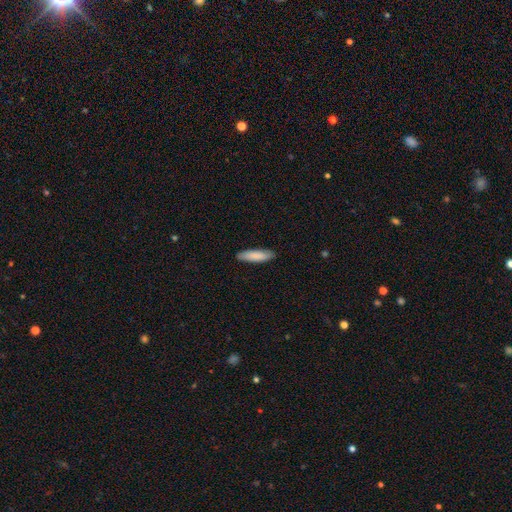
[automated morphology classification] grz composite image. It shows a smooth galaxy with no disk features (87%) that is cigar-shaped (69%). Merging: none (88%).